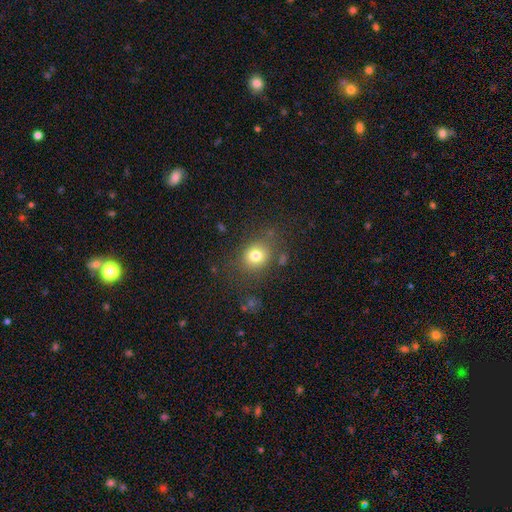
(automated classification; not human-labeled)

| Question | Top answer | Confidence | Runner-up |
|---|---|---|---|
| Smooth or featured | smooth | 77% | star or artifact (13%) |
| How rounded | round | 70% | in between (29%) |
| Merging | none | 77% | minor disturbance (14%) |